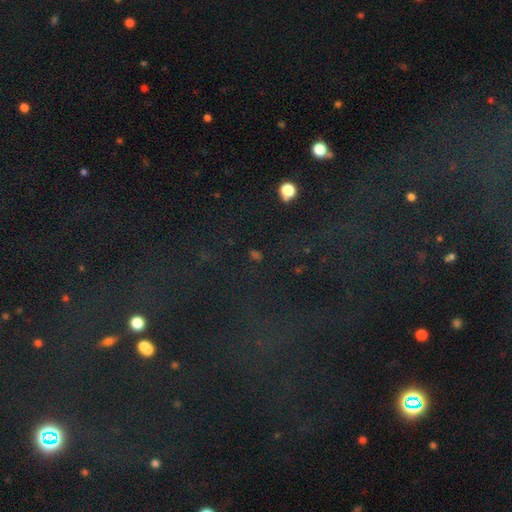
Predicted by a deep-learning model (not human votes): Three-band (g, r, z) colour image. It shows a star or artifact, not a galaxy (66%).